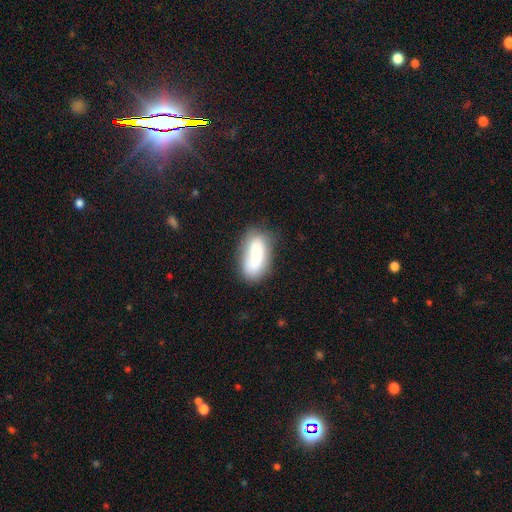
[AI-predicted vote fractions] This is likely a smooth galaxy (73%). How rounded: clearly in between (84%). Merging: possibly none (60%).